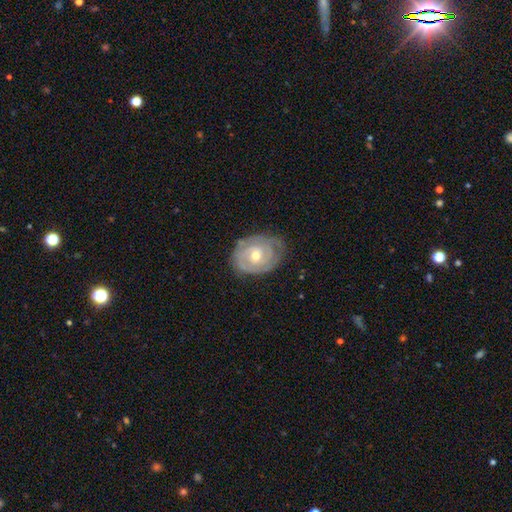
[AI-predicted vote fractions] A featured or disk galaxy (78%) with no bar (73%), tight (73%) spiral arms (87%) and a moderate central bulge (58%). Merging: none (68%).